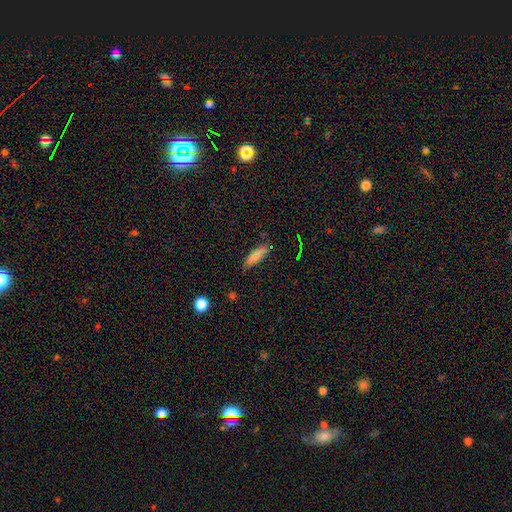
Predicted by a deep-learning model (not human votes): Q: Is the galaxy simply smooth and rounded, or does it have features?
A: smooth — 70%.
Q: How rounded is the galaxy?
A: in between — 55%.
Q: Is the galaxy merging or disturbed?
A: none — 76%.